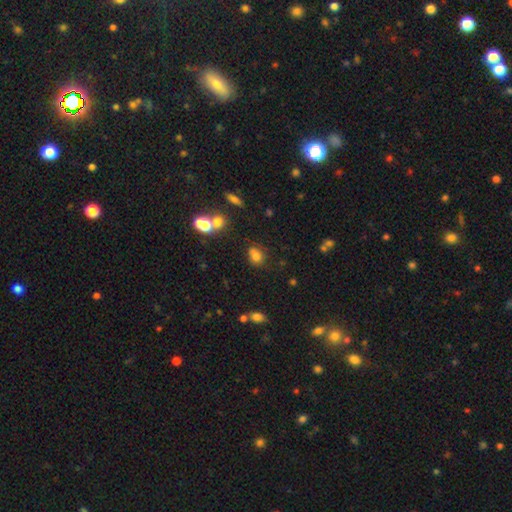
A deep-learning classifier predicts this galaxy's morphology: A smooth galaxy with no disk features (73%) that is round (58%). Merging: none (55%).